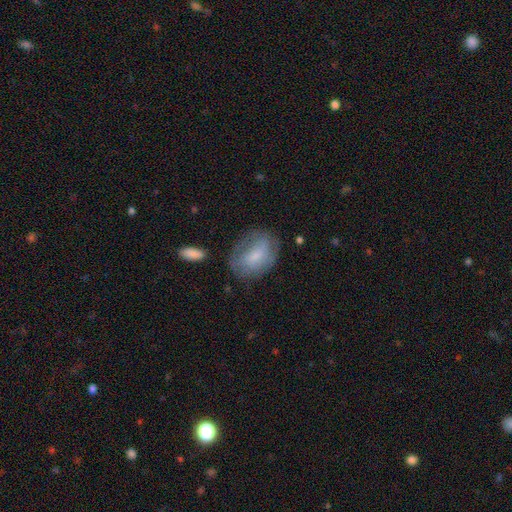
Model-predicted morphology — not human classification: Smooth or featured? smooth (57%)
How rounded? in between (76%)
Merging? none (62%)